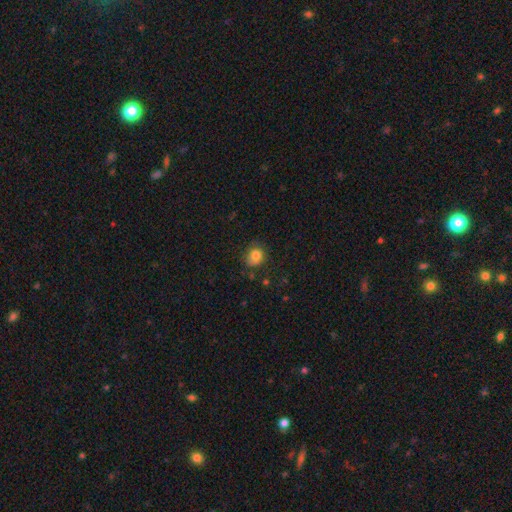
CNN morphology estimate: Smooth or featured? smooth (81%)
How rounded? round (71%)
Merging? none (73%)